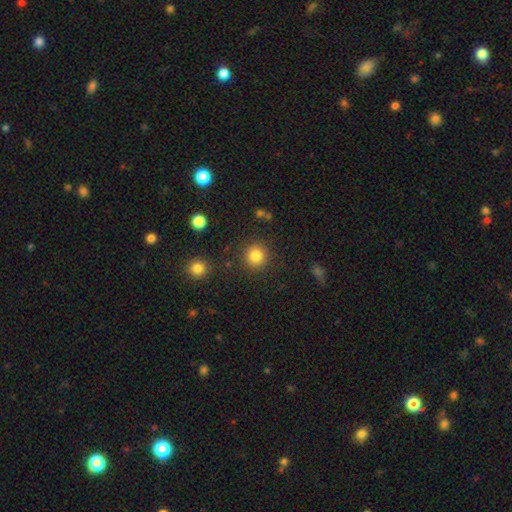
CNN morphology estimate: This appears to be a smooth galaxy with no disk features (84%) that is round (93%). Merging: none (88%).